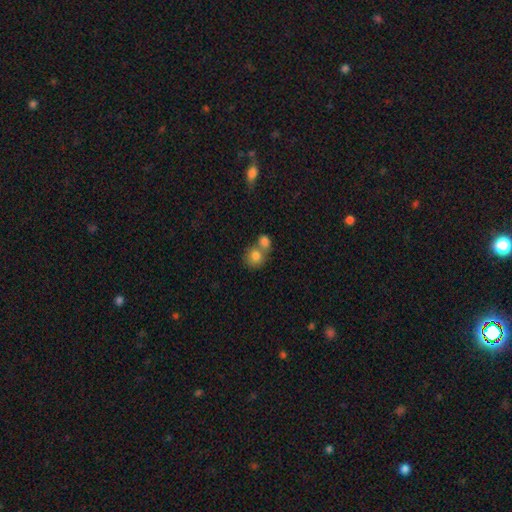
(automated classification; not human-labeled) Morphology: type=smooth (80%); roundness=round (79%); merging=merger (52%).